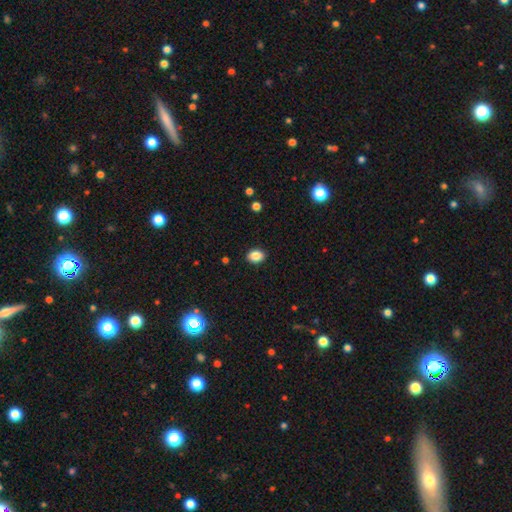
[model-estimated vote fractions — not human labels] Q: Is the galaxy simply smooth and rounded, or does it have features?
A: smooth — 87%.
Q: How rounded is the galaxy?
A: in between — 65%.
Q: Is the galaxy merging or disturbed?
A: none — 90%.